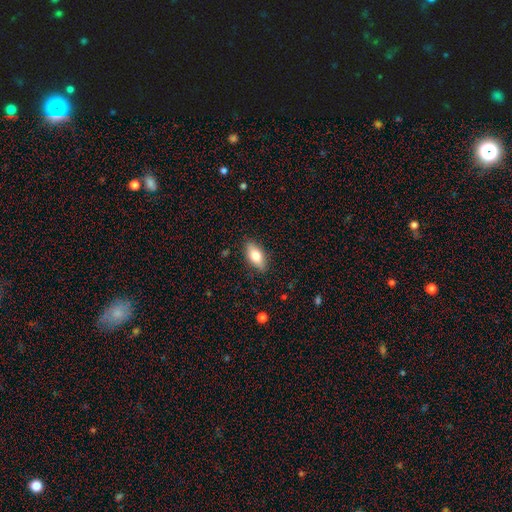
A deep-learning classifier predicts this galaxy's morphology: smooth 75%, featured or disk 19%, star or artifact 7%. Down the decision tree: how rounded — in between (85%); merging — none (86%).